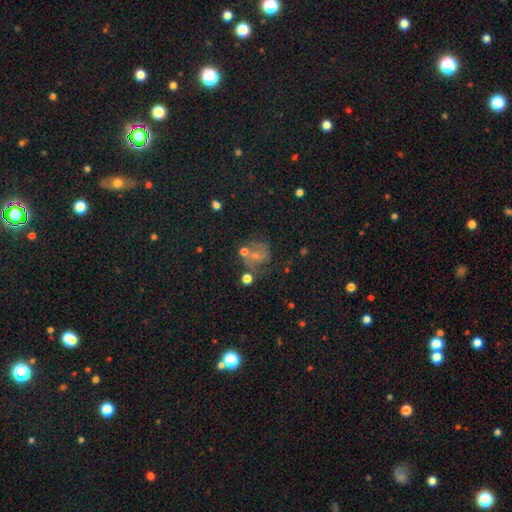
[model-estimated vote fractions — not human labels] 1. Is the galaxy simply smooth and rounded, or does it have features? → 43% featured or disk, 37% smooth, 21% star or artifact.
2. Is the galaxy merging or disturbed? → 50% none, 21% minor disturbance, 16% major disturbance, 13% merger.